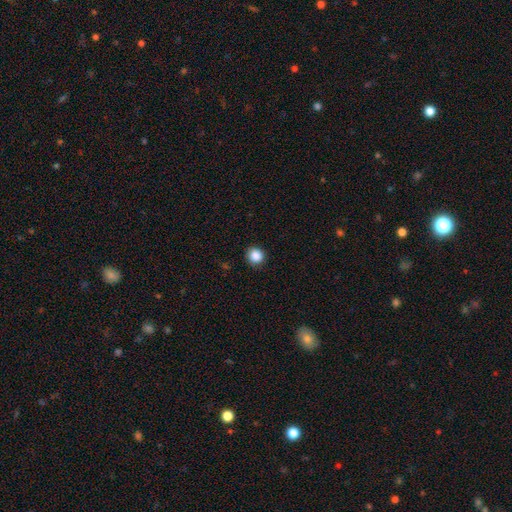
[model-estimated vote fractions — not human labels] This is clearly a smooth galaxy (87%). How rounded: clearly round (89%). Merging: clearly none (89%).